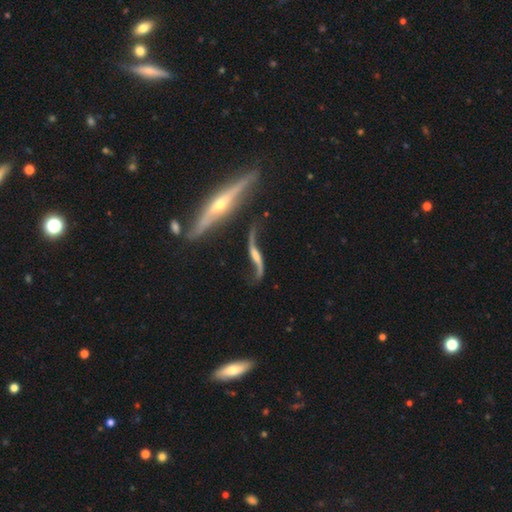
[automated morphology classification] This appears to be a featured or disk galaxy (85%) with no bar (41%), 2 (92%) loose (92%) spiral arms (92%) and a small central bulge (39%). Merging: none (57%).